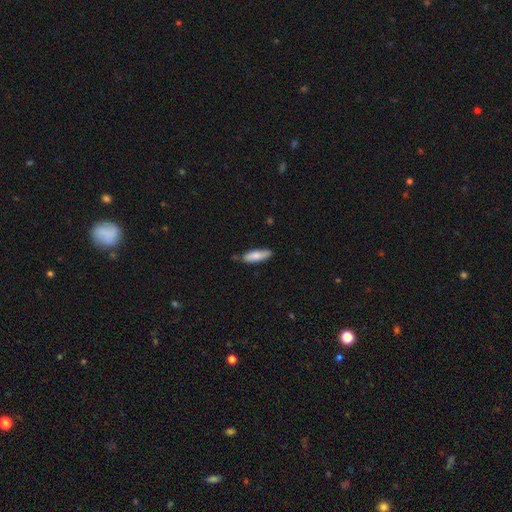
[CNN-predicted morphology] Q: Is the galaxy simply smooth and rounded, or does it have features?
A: smooth — 79%.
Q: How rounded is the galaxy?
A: cigar-shaped — 51%.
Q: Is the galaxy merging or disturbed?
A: none — 77%.